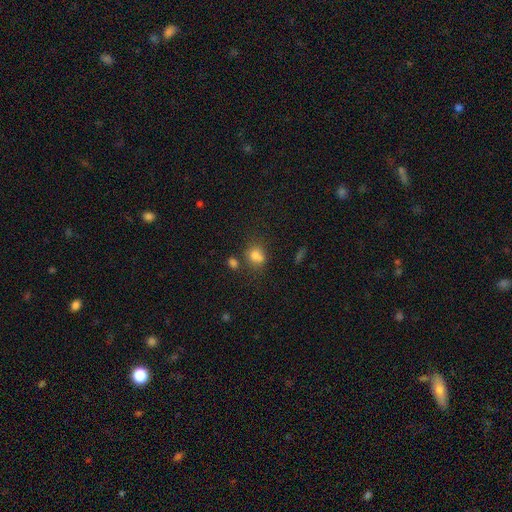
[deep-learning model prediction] smooth-or-featured: smooth: 74% | star or artifact: 14% | featured or disk: 11%
  how-rounded: round: 59% | in between: 39% | cigar-shaped: 2%
  merging: none: 51% | merger: 25% | minor disturbance: 17% | major disturbance: 7%